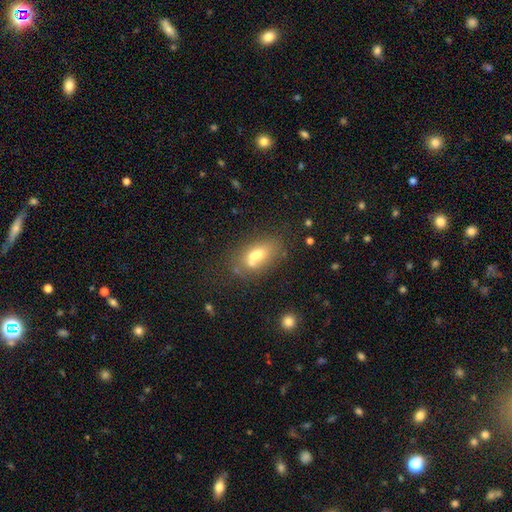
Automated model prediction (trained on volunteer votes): smooth-or-featured: smooth: 60% | featured or disk: 29% | star or artifact: 12%
  how-rounded: in between: 81% | round: 12% | cigar-shaped: 7%
  merging: none: 39% (tied) | merger: 39% (tied) | minor disturbance: 14% | major disturbance: 8%